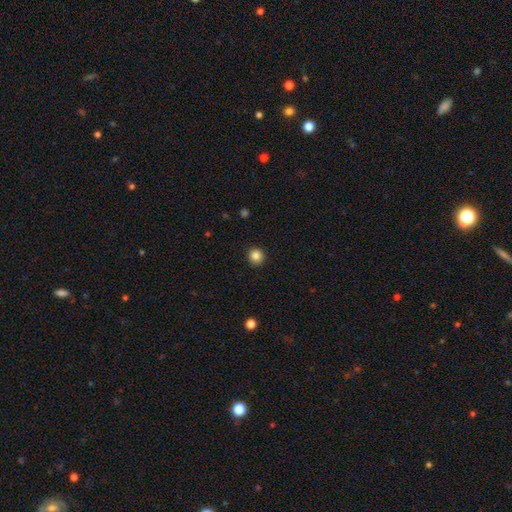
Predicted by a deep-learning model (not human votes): Smooth or featured? smooth (86%)
How rounded? round (94%)
Merging? none (92%)